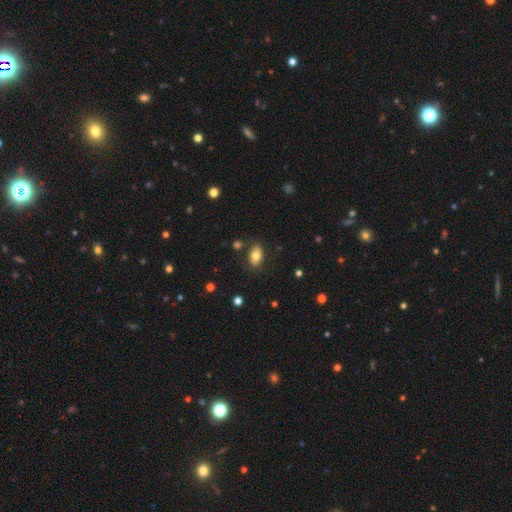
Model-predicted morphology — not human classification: The model was most divided on "smooth or featured": smooth: 75%, featured or disk: 16%, star or artifact: 8%. More confident: how rounded — in between (89%); merging — none (80%).